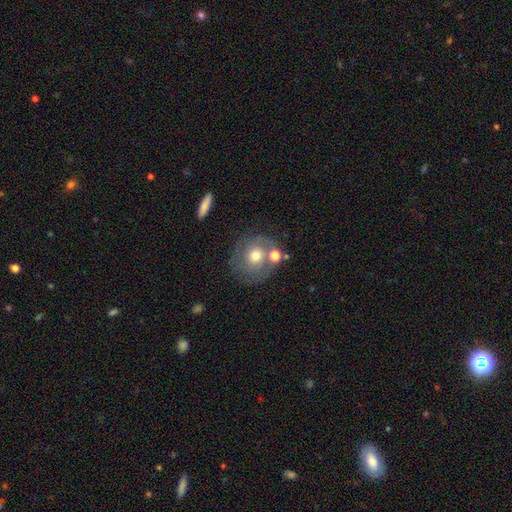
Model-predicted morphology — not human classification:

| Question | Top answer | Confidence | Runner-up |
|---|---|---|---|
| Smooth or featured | smooth | 51% | featured or disk (39%) |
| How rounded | round | 84% | in between (15%) |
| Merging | none | 63% | merger (16%) |